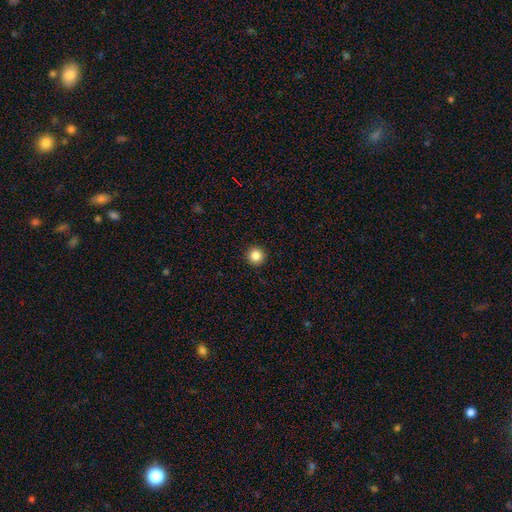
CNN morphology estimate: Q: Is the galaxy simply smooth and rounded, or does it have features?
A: smooth — 86%.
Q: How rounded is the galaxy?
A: round — 96%.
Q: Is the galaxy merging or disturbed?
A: none — 93%.